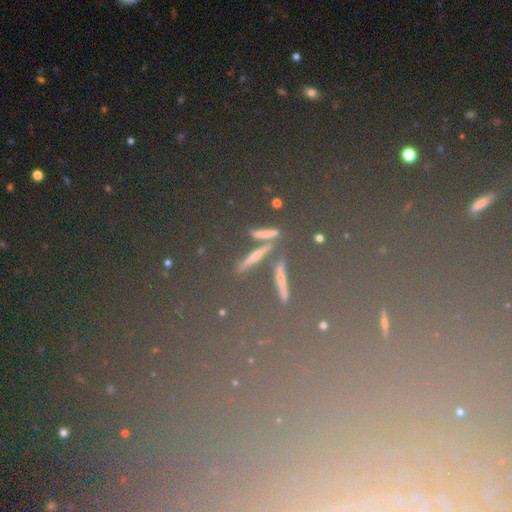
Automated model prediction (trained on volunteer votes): Smooth or featured? star or artifact (71%)